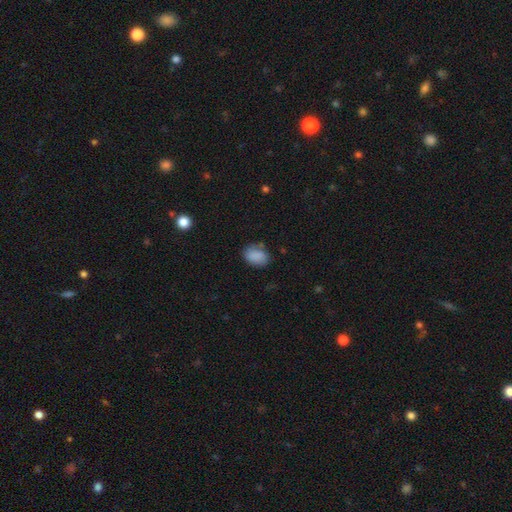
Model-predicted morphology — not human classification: A smooth galaxy with no disk features (85%) that is in between round and cigar-shaped (72%).

Vote fractions:
- Smooth or featured? smooth: 85% / star or artifact: 8% / featured or disk: 7%
- How rounded? in between: 72% / round: 27% / cigar-shaped: 1%
- Merging? none: 69% / minor disturbance: 22% / major disturbance: 6% / merger: 3%